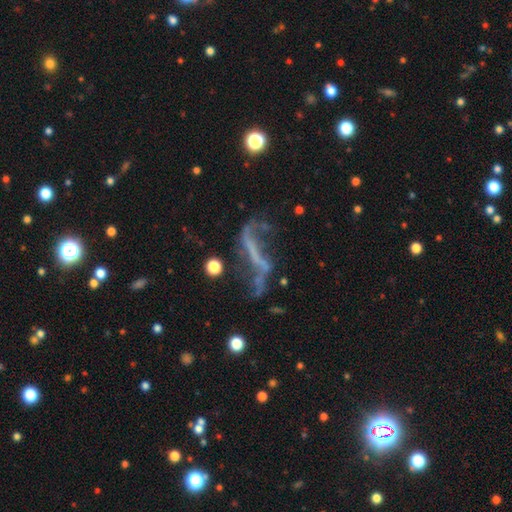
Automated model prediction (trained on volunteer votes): Morphology: type=featured or disk (65%); edge-on=no (81%); bar=strong (43%); spiral arms=yes (53%); bulge=none (76%); merging=major disturbance (36%, tied with none).